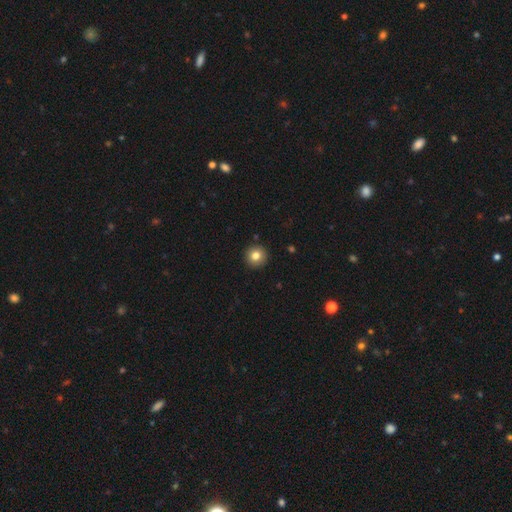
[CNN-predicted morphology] smooth 82%, star or artifact 10%, featured or disk 8%. Down the decision tree: how rounded — round (95%); merging — none (92%).